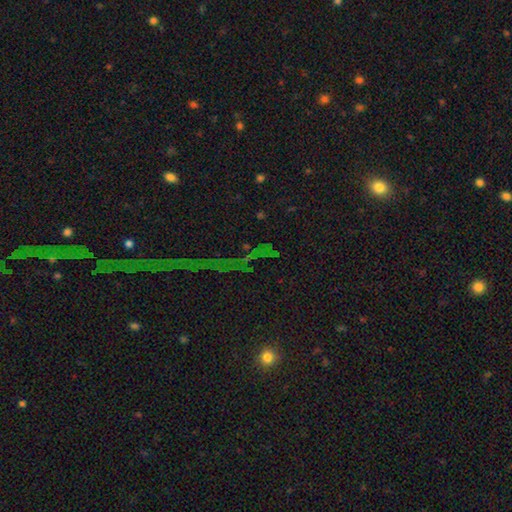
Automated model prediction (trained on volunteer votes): The model was most divided on "smooth or featured": star or artifact: 74%, smooth: 16%, featured or disk: 10%.